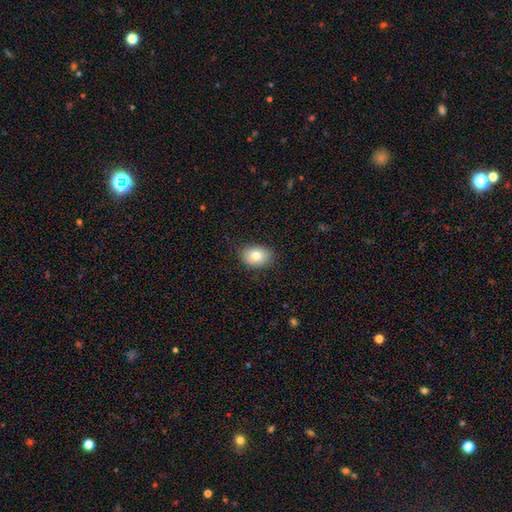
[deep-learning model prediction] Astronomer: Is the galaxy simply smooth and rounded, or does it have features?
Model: smooth — 81%.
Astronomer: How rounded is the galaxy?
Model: in between — 73%.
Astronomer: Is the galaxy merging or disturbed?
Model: none — 84%.